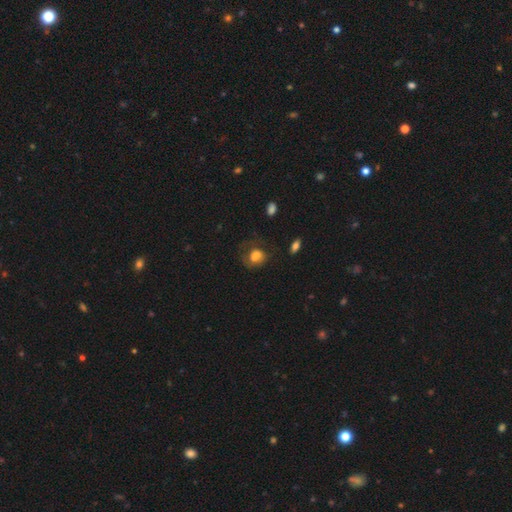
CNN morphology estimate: Smooth or featured? smooth (69%)
How rounded? round (51%)
Merging? none (46%)